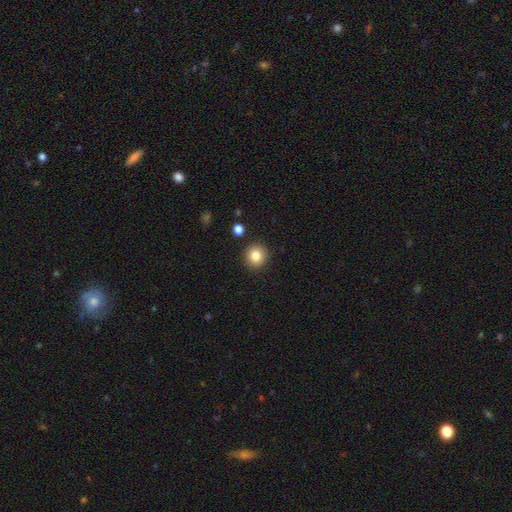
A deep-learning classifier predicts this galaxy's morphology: This appears to be a smooth galaxy with no disk features (85%) that is round (91%). Merging: none (90%).